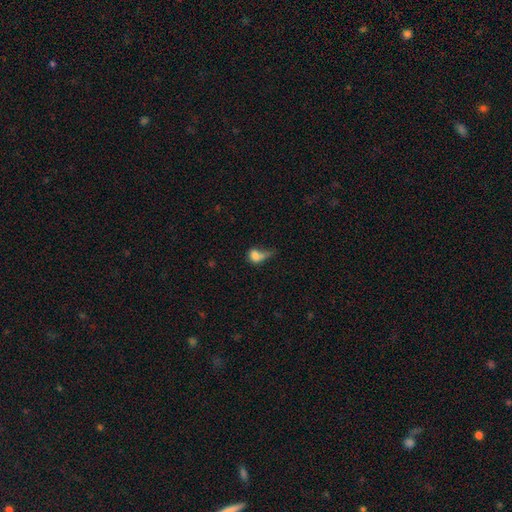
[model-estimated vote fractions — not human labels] This appears to be a smooth galaxy with no disk features (72%) that is in between round and cigar-shaped (56%). Merging: major disturbance (36%).